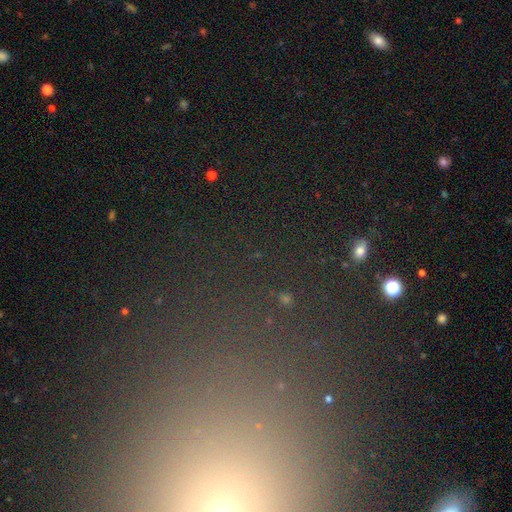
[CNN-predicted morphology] Smooth or featured?
  - star or artifact: 64% *
  - smooth: 23%
  - featured or disk: 13%